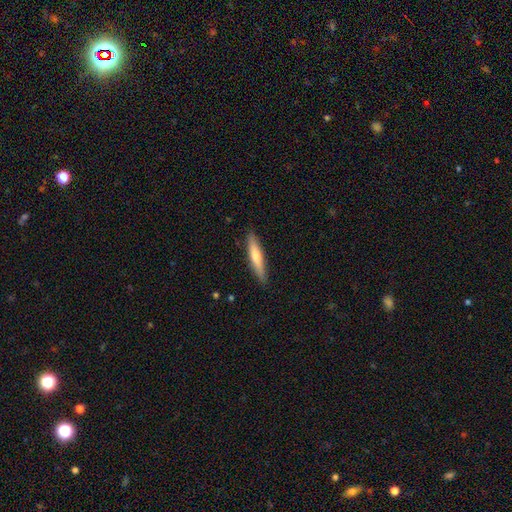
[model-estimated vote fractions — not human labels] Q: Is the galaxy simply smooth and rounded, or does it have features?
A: smooth — 54%.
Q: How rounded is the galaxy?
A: cigar-shaped — 90%.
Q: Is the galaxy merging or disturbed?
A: none — 90%.